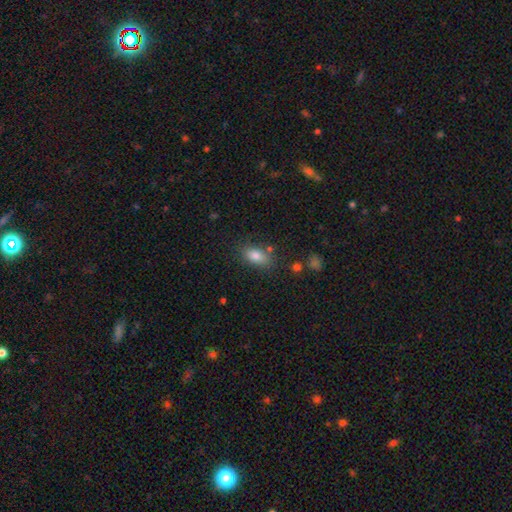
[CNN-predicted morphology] A smooth galaxy with no disk features (82%) that is in between round and cigar-shaped (87%).

Vote fractions:
- Smooth or featured? smooth: 82% / featured or disk: 10% / star or artifact: 9%
- How rounded? in between: 87% / round: 7% / cigar-shaped: 6%
- Merging? none: 76% / minor disturbance: 15% / merger: 5% / major disturbance: 4%